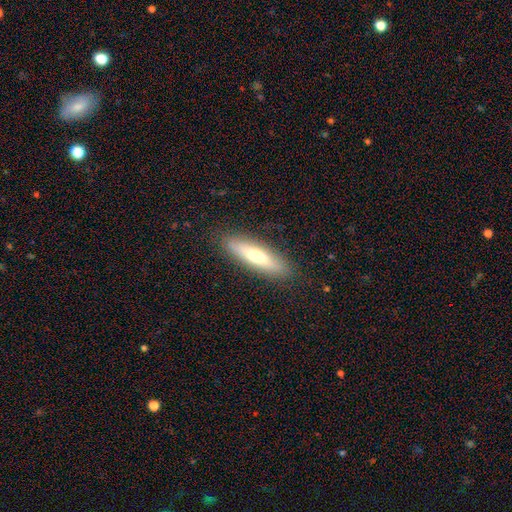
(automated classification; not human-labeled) The model was most divided on "smooth or featured": smooth: 61%, featured or disk: 33%, star or artifact: 6%. More confident: merging — none (88%); how rounded — cigar-shaped (71%).